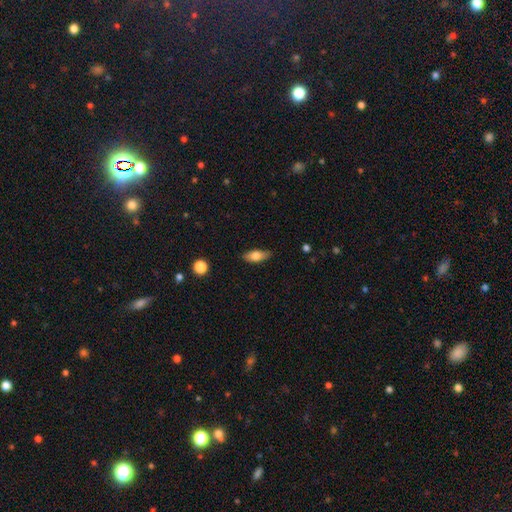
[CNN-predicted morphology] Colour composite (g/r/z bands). It shows a smooth galaxy with no disk features (74%) that is in between round and cigar-shaped (76%). Merging: none (83%).